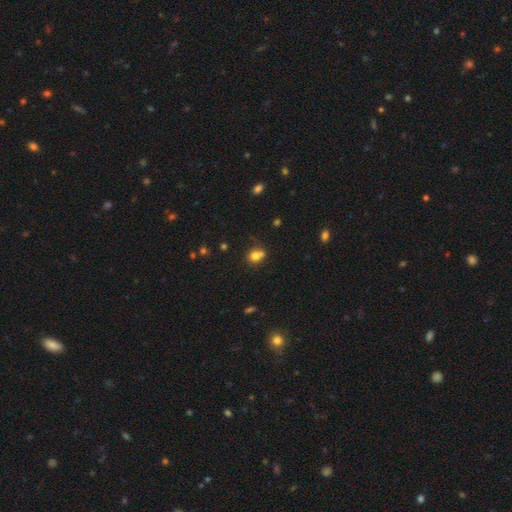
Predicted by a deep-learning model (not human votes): Morphology: type=smooth (76%); roundness=round (62%); merging=none (49%).